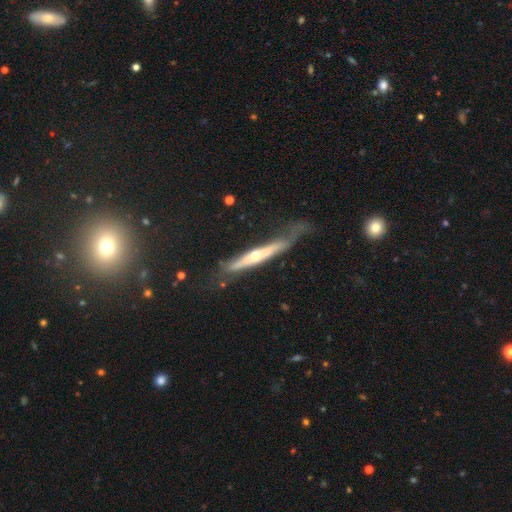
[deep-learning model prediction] A featured or disk galaxy (68%) viewed edge-on (84%) with a rounded central bulge (80%). Merging: none (49%).